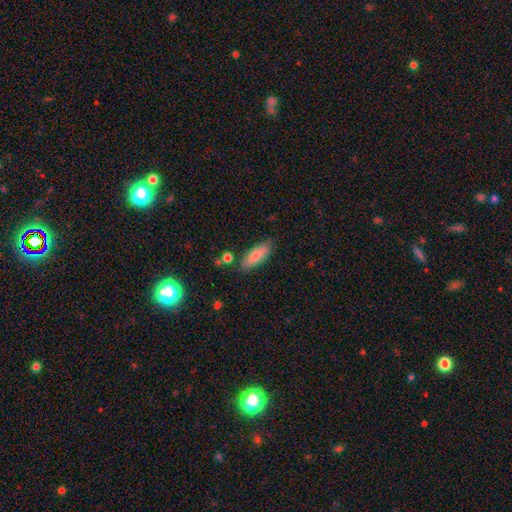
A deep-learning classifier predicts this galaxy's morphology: This appears to be a smooth galaxy with no disk features (78%) that is in between round and cigar-shaped (69%). Merging: none (78%).